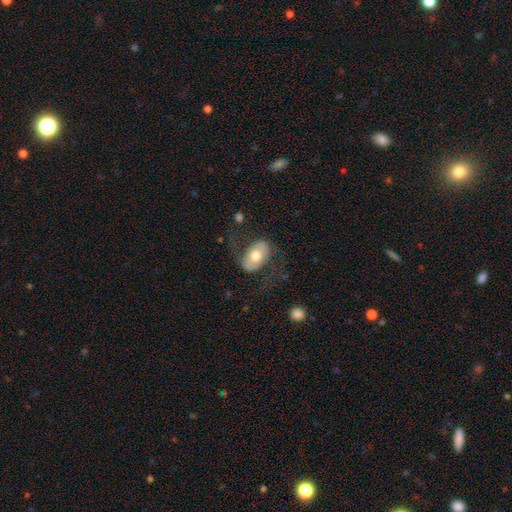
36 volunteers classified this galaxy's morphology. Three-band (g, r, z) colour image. It shows a featured or disk galaxy (56%) with no bar (71%), 2 (92%) loose (62%) spiral arms (76%) and a moderate central bulge (71%). Merging: none (55%).